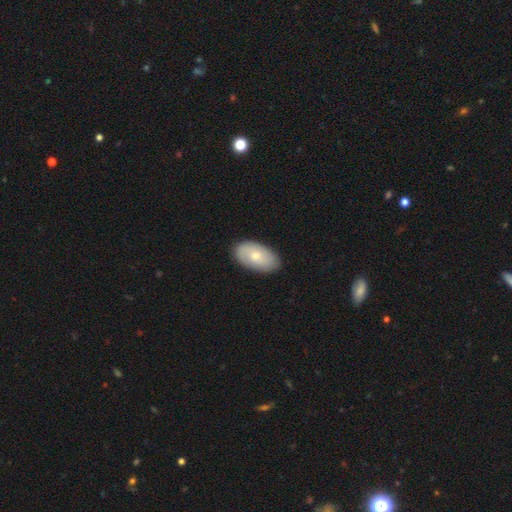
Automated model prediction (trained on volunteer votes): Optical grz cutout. It shows a smooth galaxy with no disk features (65%) that is in between round and cigar-shaped (94%). Merging: none (85%).